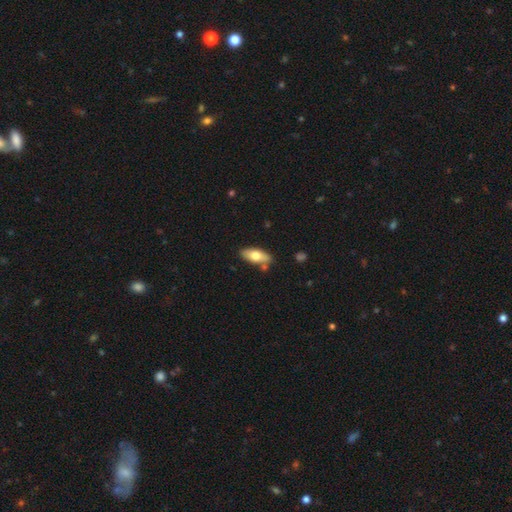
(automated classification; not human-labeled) This is likely a smooth galaxy (69%). How rounded: clearly in between (82%). Merging: likely none (79%).